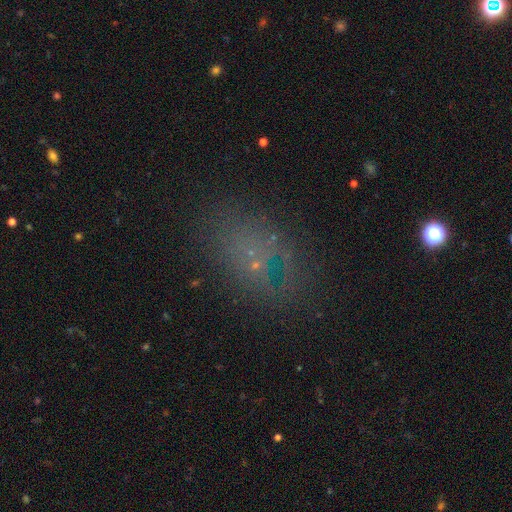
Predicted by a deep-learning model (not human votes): This is marginally a smooth galaxy (44%). Merging: likely none (65%).